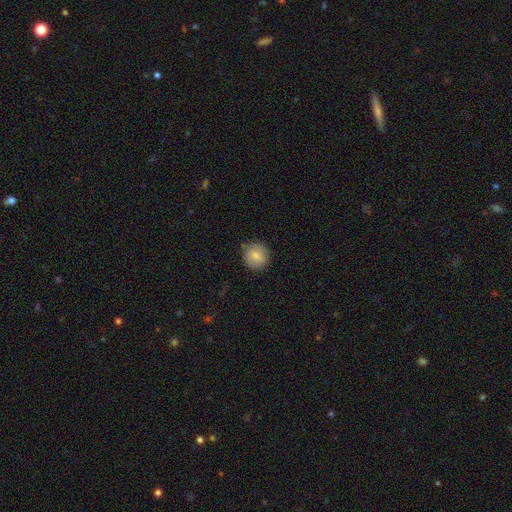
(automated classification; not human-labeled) Q: Smooth or featured?
A: smooth (79%); runner-up: featured or disk (12%)
Q: How rounded?
A: round (87%); runner-up: in between (12%)
Q: Merging?
A: none (81%); runner-up: minor disturbance (15%)